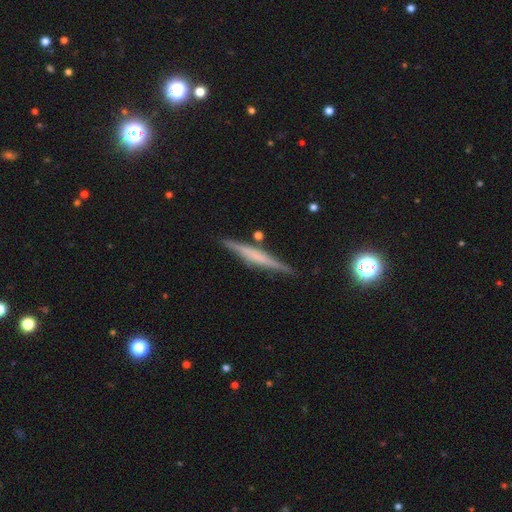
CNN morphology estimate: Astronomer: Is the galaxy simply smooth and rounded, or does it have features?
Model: featured or disk — 60%.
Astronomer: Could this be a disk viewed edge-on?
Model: yes — 97%.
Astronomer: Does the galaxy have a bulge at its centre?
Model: none — 51% (runner-up: rounded, 27%).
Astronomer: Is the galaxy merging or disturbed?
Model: none — 87%.